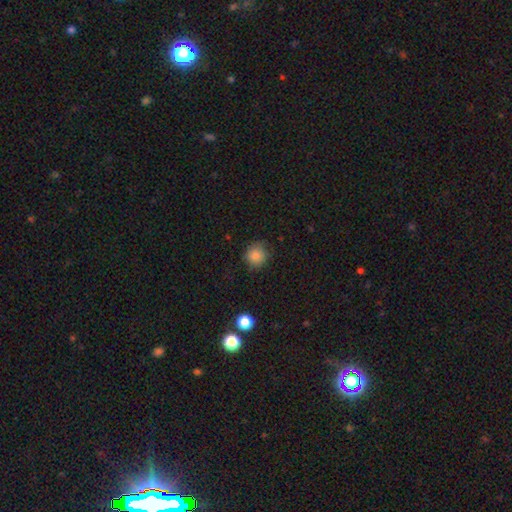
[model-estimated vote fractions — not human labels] This is clearly a smooth galaxy (84%). How rounded: clearly round (88%). Merging: likely none (79%).